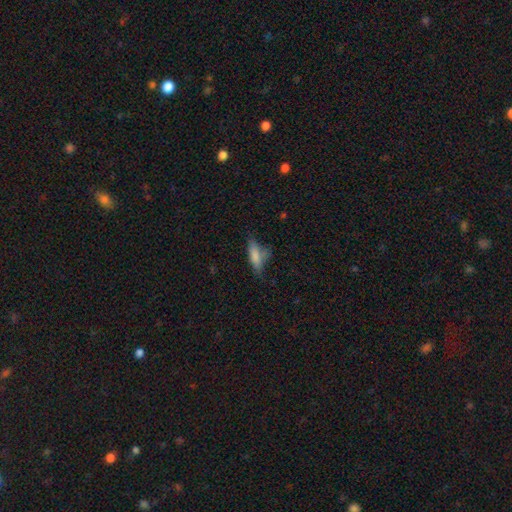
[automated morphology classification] Smooth or featured: smooth — 74% (featured or disk — 17%)
How rounded: in between — 50% (cigar-shaped — 48%)
Merging: none — 52% (minor disturbance — 30%)